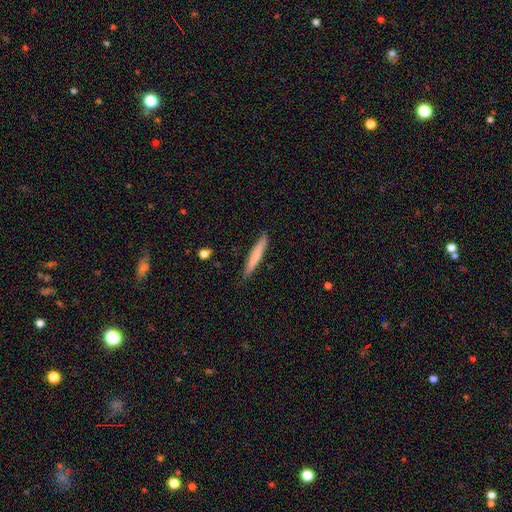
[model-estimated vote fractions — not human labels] Smooth or featured: smooth — 71% (featured or disk — 24%)
How rounded: cigar-shaped — 96% (in between — 3%)
Merging: none — 88% (minor disturbance — 10%)